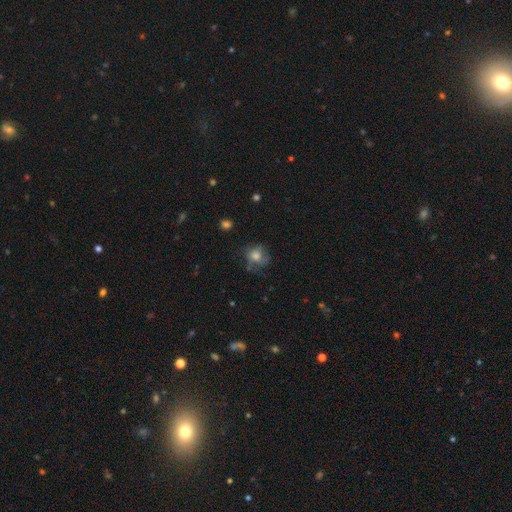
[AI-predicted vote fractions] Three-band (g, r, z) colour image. It shows a smooth galaxy with no disk features (60%) that is round (74%). Merging: none (57%).